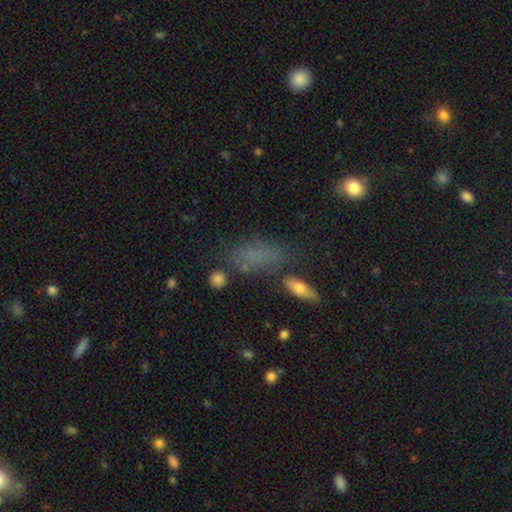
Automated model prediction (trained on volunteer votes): Smooth or featured? Predicted: smooth (p=0.62). How rounded? Predicted: in between (p=0.69). Merging? Predicted: none (p=0.55).